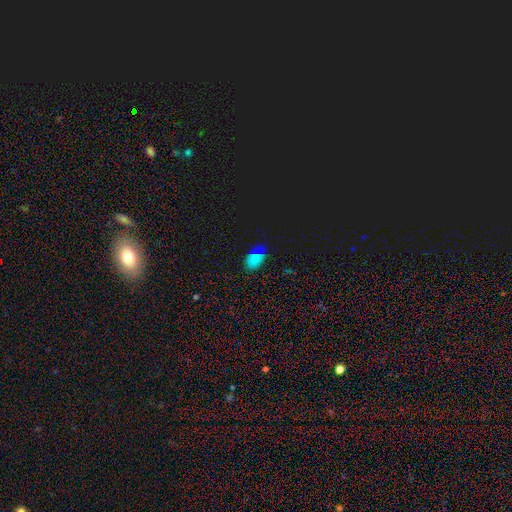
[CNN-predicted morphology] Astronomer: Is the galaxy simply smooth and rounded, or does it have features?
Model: smooth — 54% (runner-up: star or artifact, 39%).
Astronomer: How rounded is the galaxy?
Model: in between — 83%.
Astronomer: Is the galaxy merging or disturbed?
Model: none — 72%.